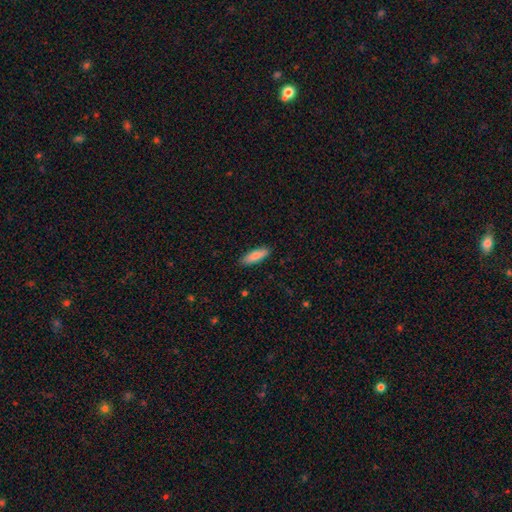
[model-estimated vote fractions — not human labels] Smooth or featured? Predicted: smooth (p=0.85). How rounded? Predicted: cigar-shaped (p=0.50). Merging? Predicted: none (p=0.89).